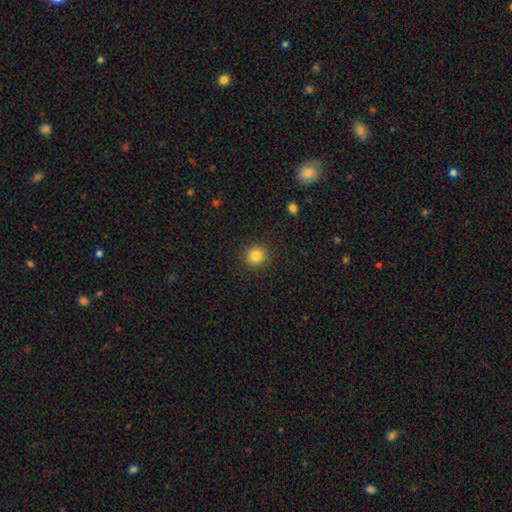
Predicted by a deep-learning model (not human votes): The model was most divided on "smooth or featured": smooth: 83%, star or artifact: 11%, featured or disk: 6%. More confident: how rounded — round (92%); merging — none (91%).